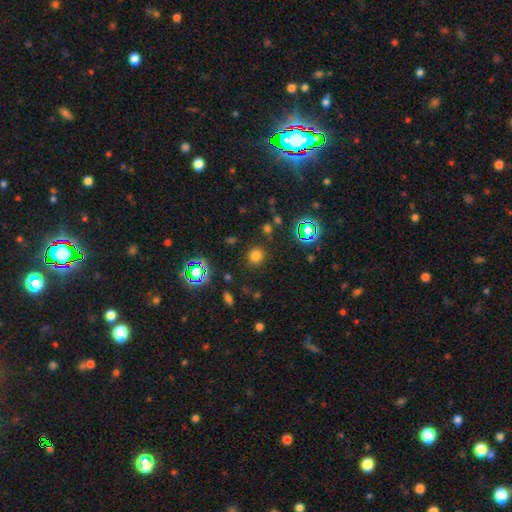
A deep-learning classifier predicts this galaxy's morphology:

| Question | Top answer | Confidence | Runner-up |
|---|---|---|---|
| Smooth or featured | smooth | 71% | star or artifact (23%) |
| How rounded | round | 88% | in between (11%) |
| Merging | none | 86% | minor disturbance (8%) |